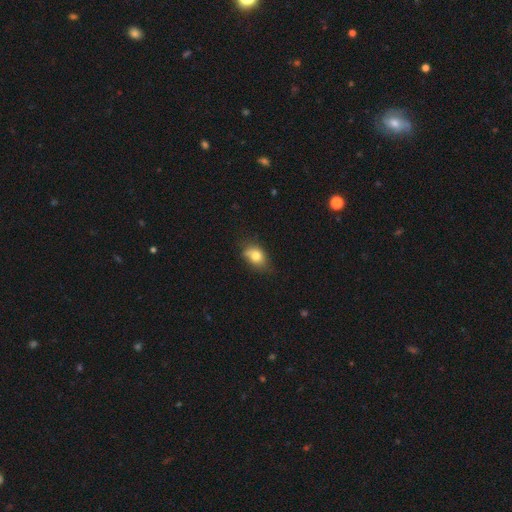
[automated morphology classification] smooth_or_featured: smooth (p=0.76) [alt: featured or disk p=0.14]
how_rounded: in between (p=0.74) [alt: round p=0.24]
merging: none (p=0.55) [alt: minor disturbance p=0.34]